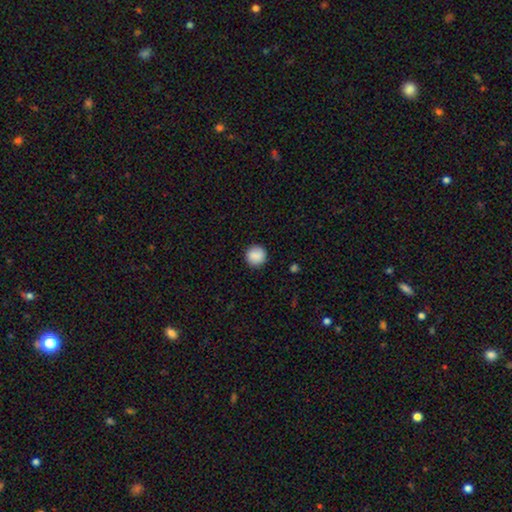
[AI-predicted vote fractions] This is clearly a smooth galaxy (89%). How rounded: clearly round (95%). Merging: clearly none (91%).